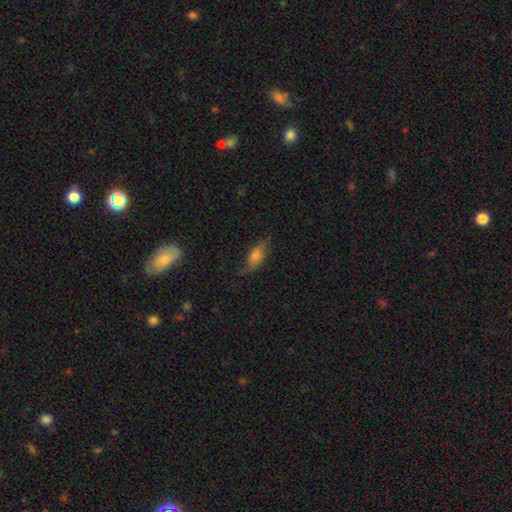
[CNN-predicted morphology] Smooth or featured? smooth (58%)
How rounded? in between (70%)
Merging? none (66%)